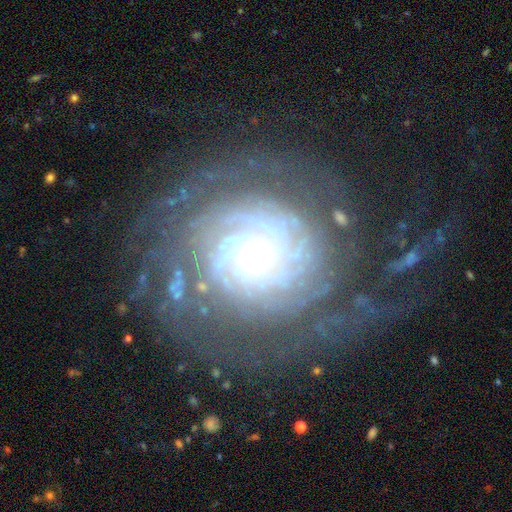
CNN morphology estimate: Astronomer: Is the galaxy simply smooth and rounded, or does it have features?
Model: featured or disk — 90%.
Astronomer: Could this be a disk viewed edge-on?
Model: no — 97%.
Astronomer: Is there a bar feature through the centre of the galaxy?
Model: no — 72%.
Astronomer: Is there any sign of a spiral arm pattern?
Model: yes — 98%.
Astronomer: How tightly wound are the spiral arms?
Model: tight — 82%.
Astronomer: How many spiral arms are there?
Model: can't tell — 29% (runner-up: more than 4, 20%).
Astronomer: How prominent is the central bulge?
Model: small — 52% (runner-up: moderate, 42%).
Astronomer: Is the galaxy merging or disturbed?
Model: none — 71%.